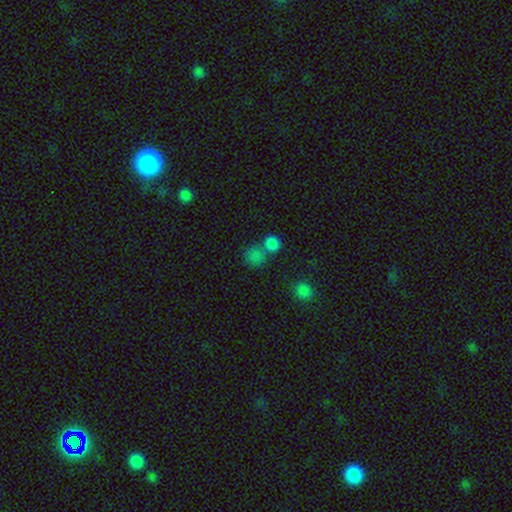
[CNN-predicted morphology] Q: Smooth or featured?
A: smooth (76%); runner-up: star or artifact (18%)
Q: How rounded?
A: round (82%); runner-up: in between (17%)
Q: Merging?
A: none (52%); runner-up: merger (34%)